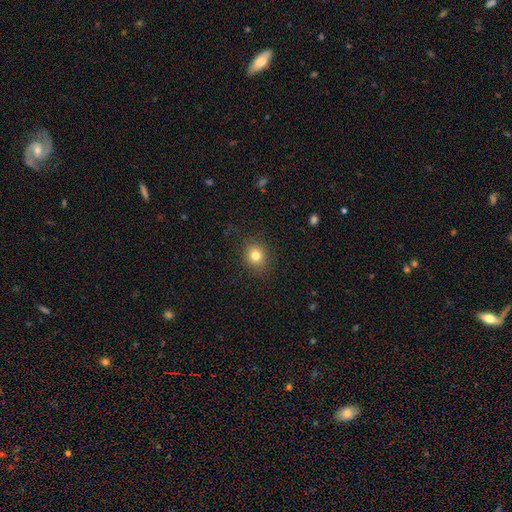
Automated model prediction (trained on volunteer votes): A smooth galaxy with no disk features (80%) that is round (77%).

Vote fractions:
- Smooth or featured? smooth: 80% / star or artifact: 13% / featured or disk: 8%
- How rounded? round: 77% / in between: 22% / cigar-shaped: 1%
- Merging? none: 87% / minor disturbance: 9% / major disturbance: 3% / merger: 1%